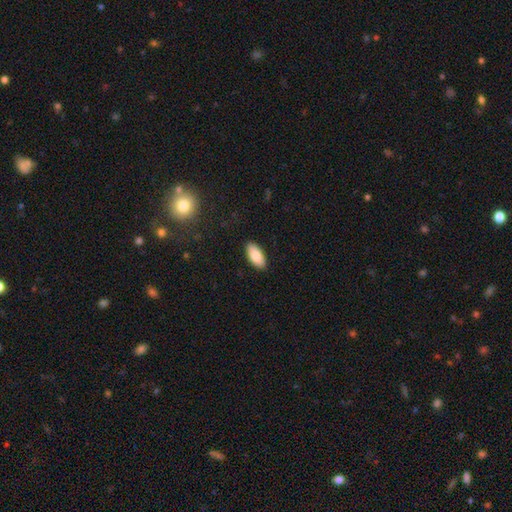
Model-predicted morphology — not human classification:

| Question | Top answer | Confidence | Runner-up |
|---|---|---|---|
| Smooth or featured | smooth | 84% | featured or disk (10%) |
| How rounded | in between | 90% | cigar-shaped (8%) |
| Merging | none | 89% | minor disturbance (8%) |